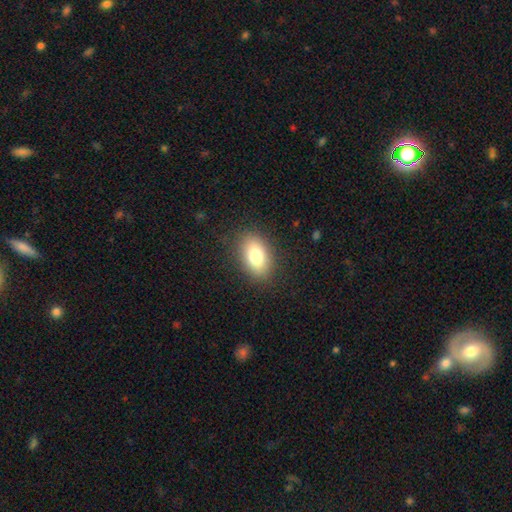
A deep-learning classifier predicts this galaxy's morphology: Smooth or featured? smooth (80%)
How rounded? in between (87%)
Merging? none (86%)